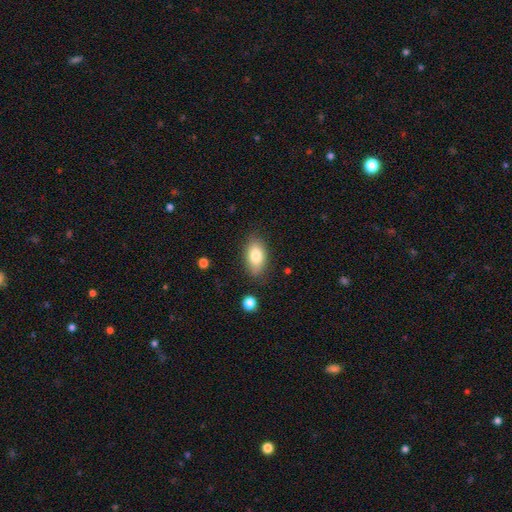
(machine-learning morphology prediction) This is likely a smooth galaxy (80%). How rounded: clearly in between (90%). Merging: likely none (79%).